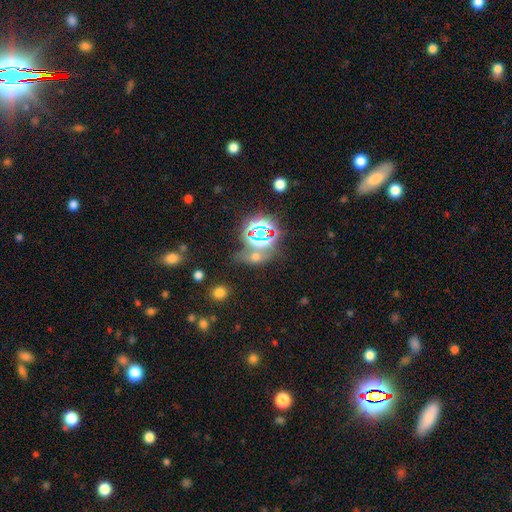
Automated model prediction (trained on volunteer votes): The model was most divided on "smooth or featured": star or artifact: 60%, smooth: 29%, featured or disk: 12%.